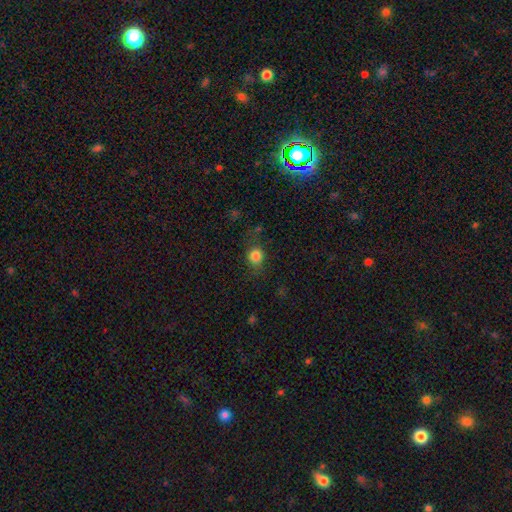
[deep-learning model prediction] Overall: smooth (80%). How rounded: round (78%). Merging: none (70%).